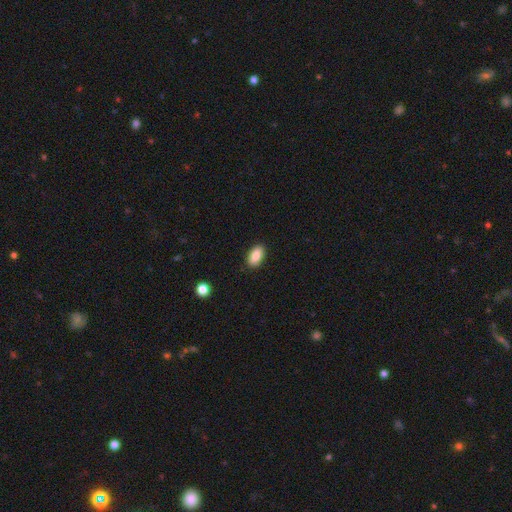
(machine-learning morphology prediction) Smooth or featured? Predicted: smooth (p=0.88). How rounded? Predicted: in between (p=0.93). Merging? Predicted: none (p=0.89).